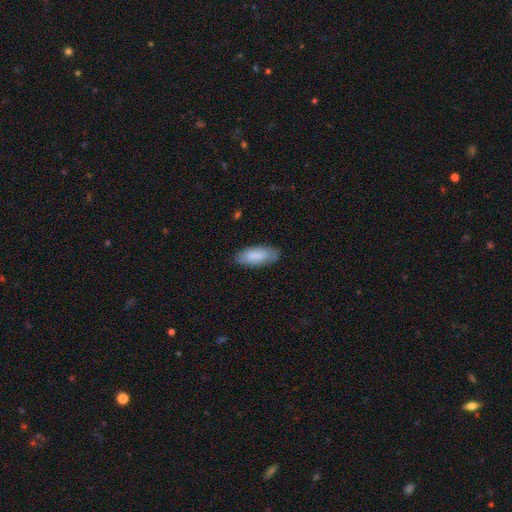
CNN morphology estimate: A smooth galaxy with no disk features (84%) that is in between round and cigar-shaped (80%). Merging: none (79%).